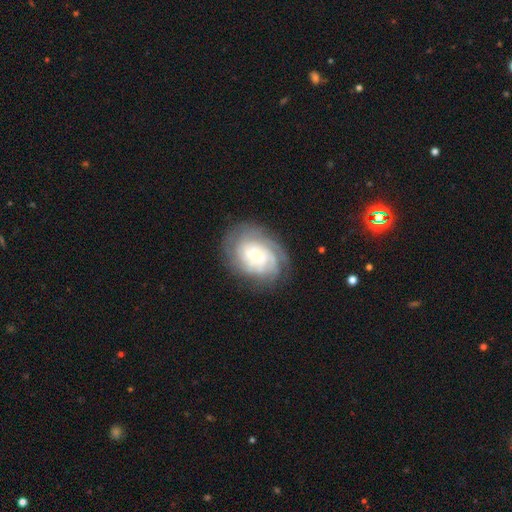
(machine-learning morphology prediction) Smooth or featured?
  - featured or disk: 74% *
  - smooth: 18%
  - star or artifact: 8%
Edge-on disk?
  - no: 97% *
  - yes: 3%
Bar?
  - no: 66% *
  - weak: 27%
  - strong: 7%
Spiral arms?
  - yes: 94% *
  - no: 6%
Spiral winding?
  - tight: 71% *
  - medium: 23%
  - loose: 6%
Spiral arm count?
  - can't tell: 41% *
  - 3: 17%
  - 4: 16%
  - 2: 13%
  - more than 4: 8%
  - 1: 6%
Bulge size?
  - small: 52% *
  - moderate: 27%
  - large: 13%
  - none: 6%
  - dominant: 3%
Merging?
  - none: 76% *
  - minor disturbance: 16%
  - major disturbance: 7%
  - merger: 1%